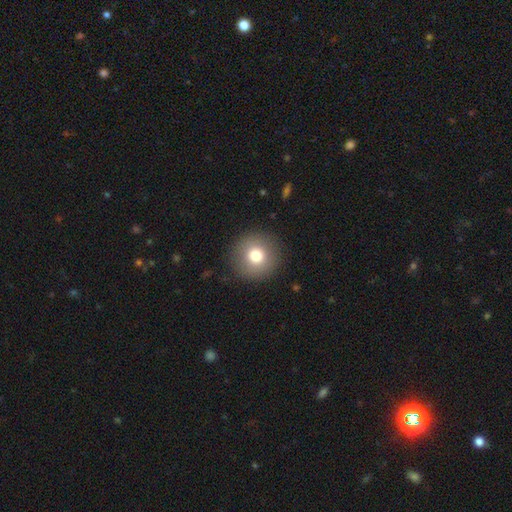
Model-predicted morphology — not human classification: A smooth galaxy with no disk features (77%) that is round (95%). Merging: none (90%).